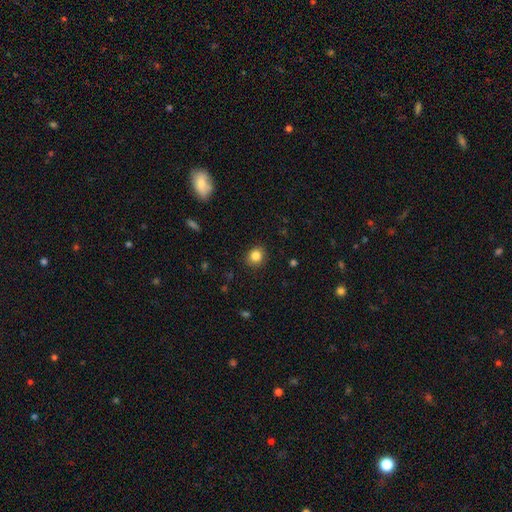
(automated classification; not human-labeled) Morphology: type=smooth (84%); roundness=round (81%); merging=none (90%).